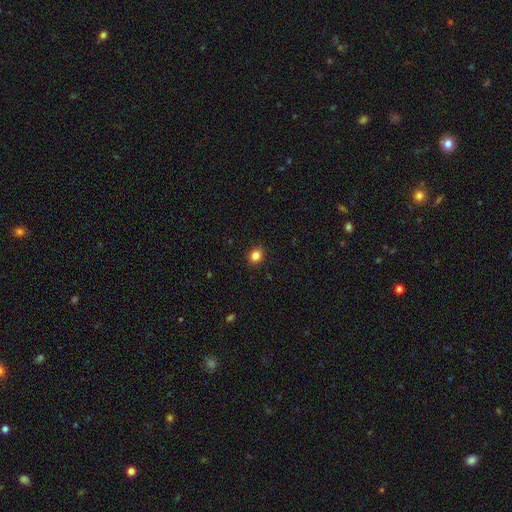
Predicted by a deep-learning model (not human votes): A smooth galaxy with no disk features (83%) that is round (64%). Merging: none (91%).